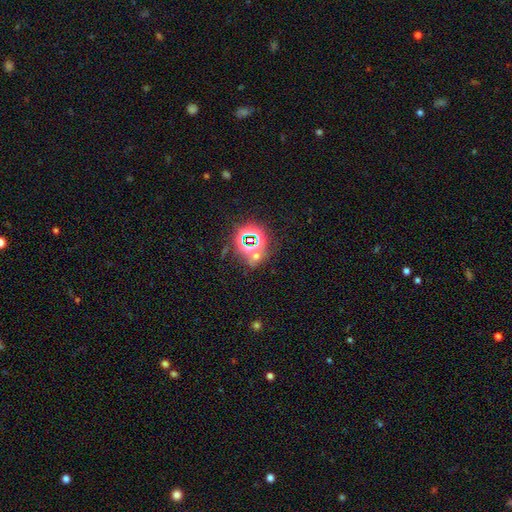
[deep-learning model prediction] star or artifact 63%, smooth 26%, featured or disk 11%.